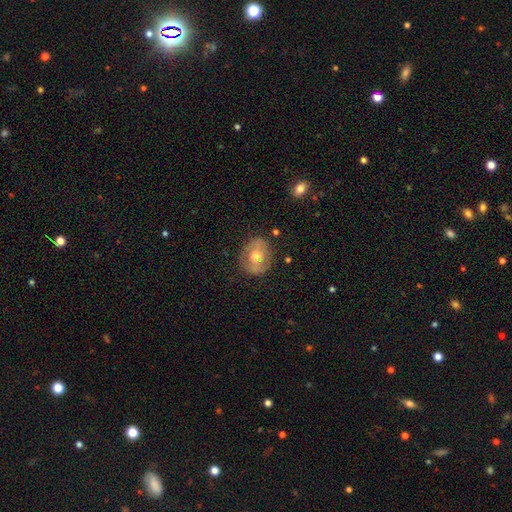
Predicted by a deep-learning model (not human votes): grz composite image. It shows a featured or disk galaxy (48%). Merging: none (76%).